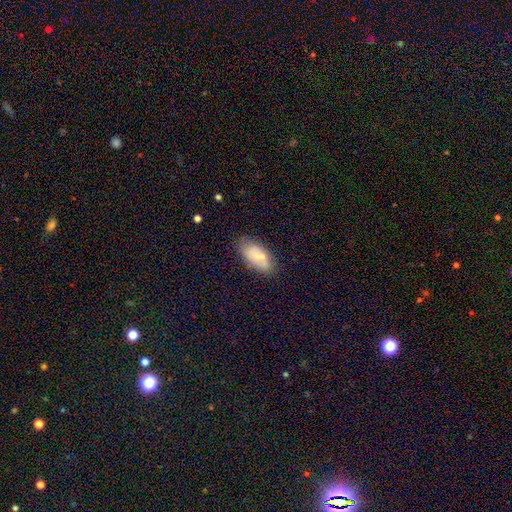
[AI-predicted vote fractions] Smooth or featured? Predicted: smooth (p=0.62). How rounded? Predicted: in between (p=0.91). Merging? Predicted: none (p=0.68).